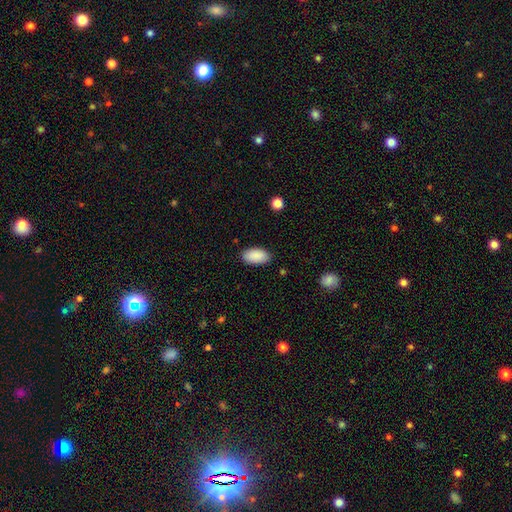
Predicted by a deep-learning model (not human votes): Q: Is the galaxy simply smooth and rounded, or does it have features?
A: smooth — 90%.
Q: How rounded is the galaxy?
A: in between — 95%.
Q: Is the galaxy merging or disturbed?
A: none — 86%.